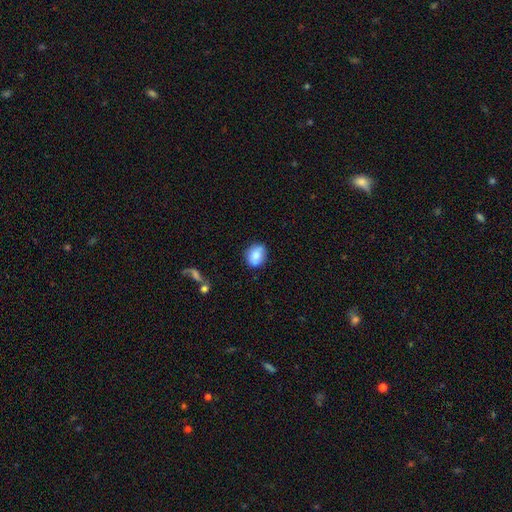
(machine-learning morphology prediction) Smooth or featured? Predicted: smooth (p=0.79). How rounded? Predicted: in between (p=0.59). Merging? Predicted: none (p=0.73).